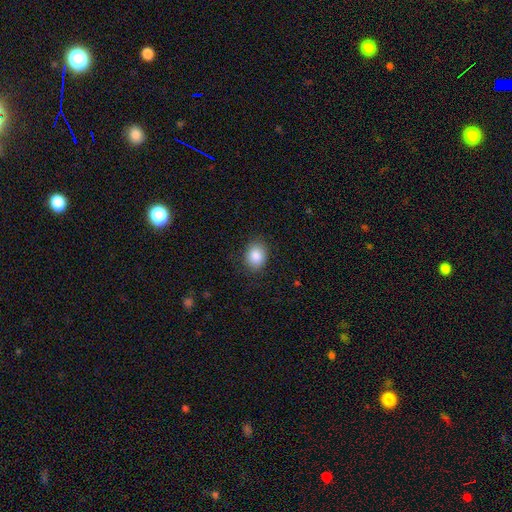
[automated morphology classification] smooth 87%, star or artifact 8%, featured or disk 5%. Down the decision tree: how rounded — in between (53%); merging — none (84%).